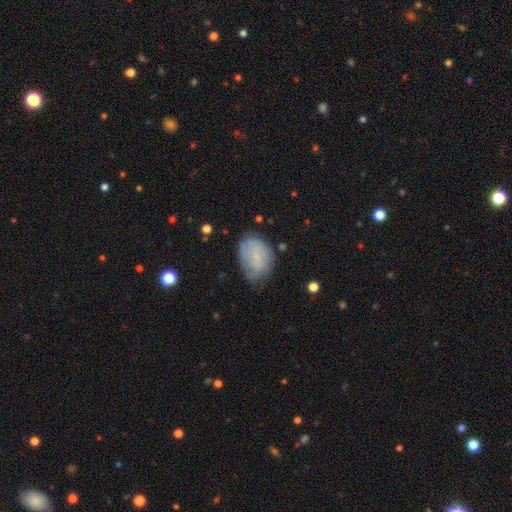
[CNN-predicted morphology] Overall: smooth (57%; featured or disk 35%). How rounded: in between (83%). Merging: none (61%; minor disturbance 28%).